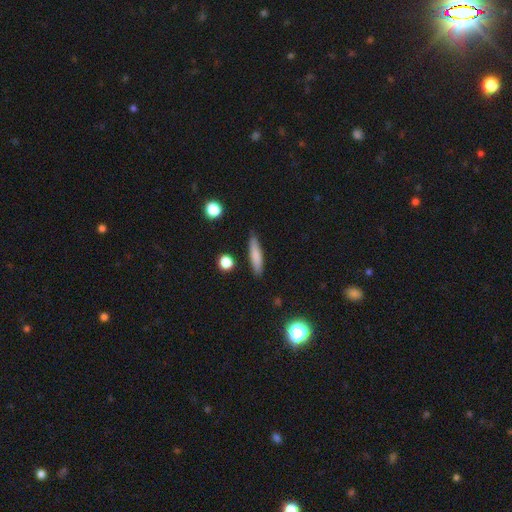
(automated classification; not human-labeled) The model was most divided on "smooth or featured": smooth: 78%, featured or disk: 15%, star or artifact: 7%. More confident: merging — none (85%); how rounded — cigar-shaped (81%).